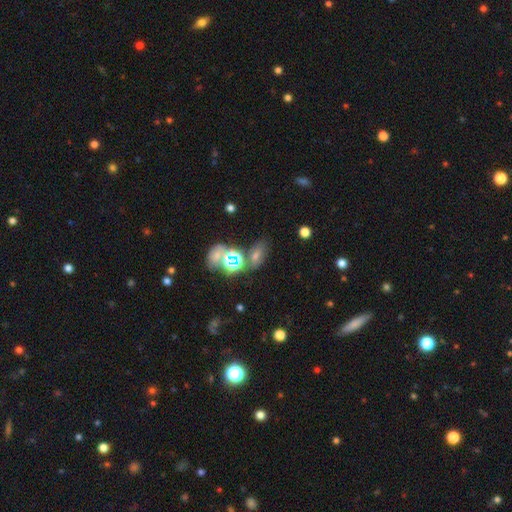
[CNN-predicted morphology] Smooth or featured?
  - star or artifact: 46% *
  - smooth: 39%
  - featured or disk: 15%